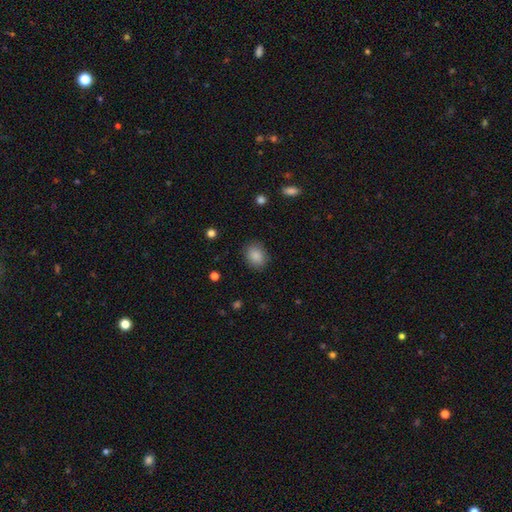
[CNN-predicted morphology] type=smooth (87%); roundness=in between (57%); merging=none (86%).